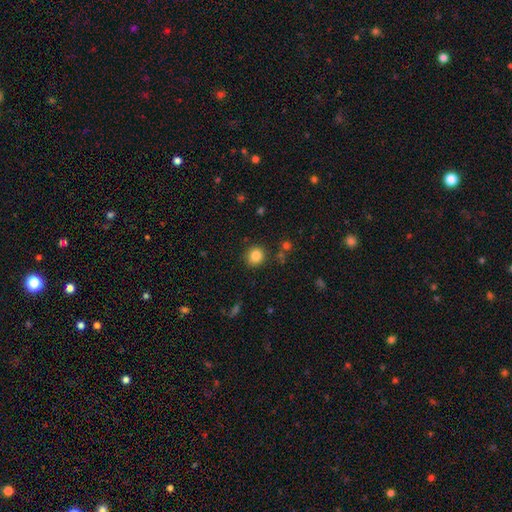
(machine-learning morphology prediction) Smooth or featured? Predicted: smooth (p=0.84). How rounded? Predicted: round (p=0.86). Merging? Predicted: none (p=0.87).